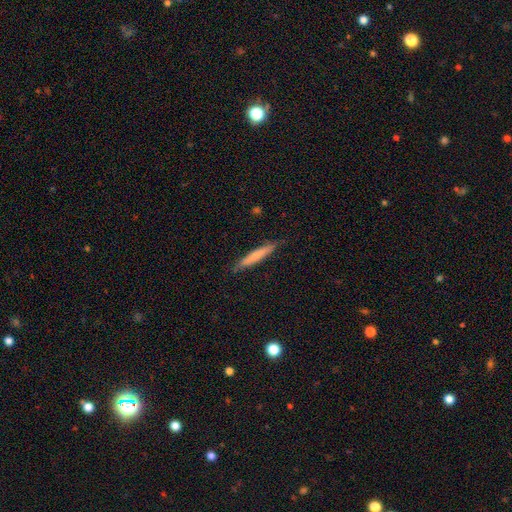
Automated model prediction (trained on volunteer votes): Smooth or featured? Predicted: smooth (p=0.64). How rounded? Predicted: cigar-shaped (p=0.94). Merging? Predicted: none (p=0.86).